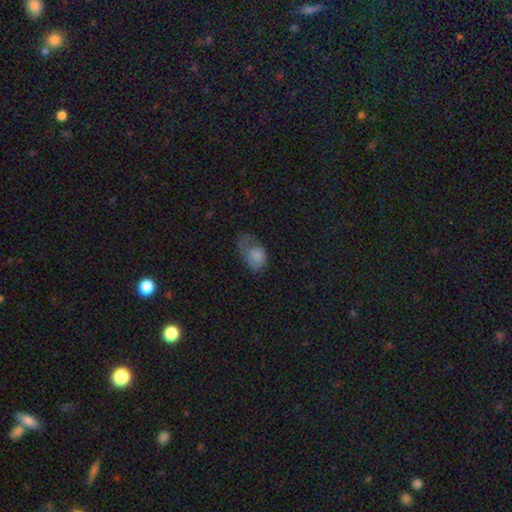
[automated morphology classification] Overall: smooth (73%). How rounded: in between (87%). Merging: major disturbance (39%; minor disturbance 34%).